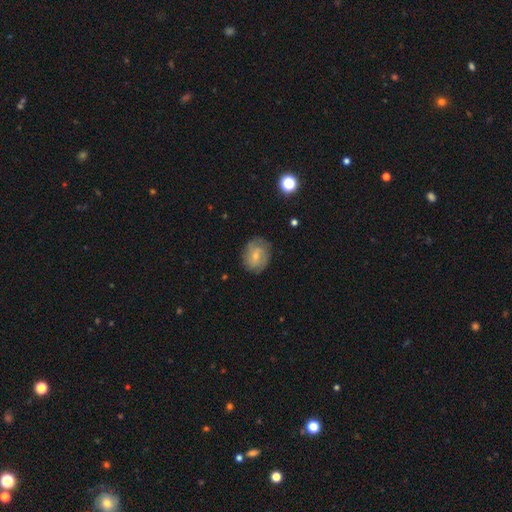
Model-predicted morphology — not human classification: smooth_or_featured: smooth (p=0.49) [alt: featured or disk p=0.43]
merging: none (p=0.73) [alt: minor disturbance p=0.20]